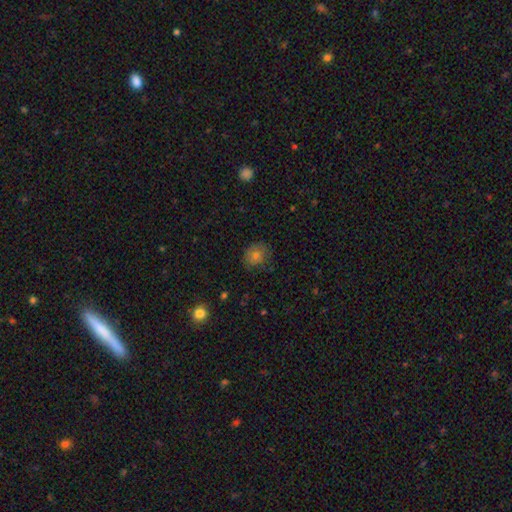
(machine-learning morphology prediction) type=smooth (71%); roundness=round (73%); merging=none (81%).